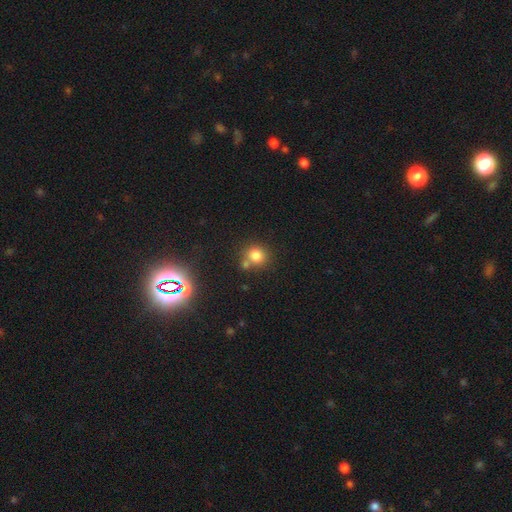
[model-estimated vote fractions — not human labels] Smooth or featured?
  - smooth: 80% *
  - star or artifact: 13%
  - featured or disk: 7%
How rounded?
  - round: 84% *
  - in between: 15%
  - cigar-shaped: 1%
Merging?
  - none: 62% *
  - merger: 23%
  - minor disturbance: 11%
  - major disturbance: 4%